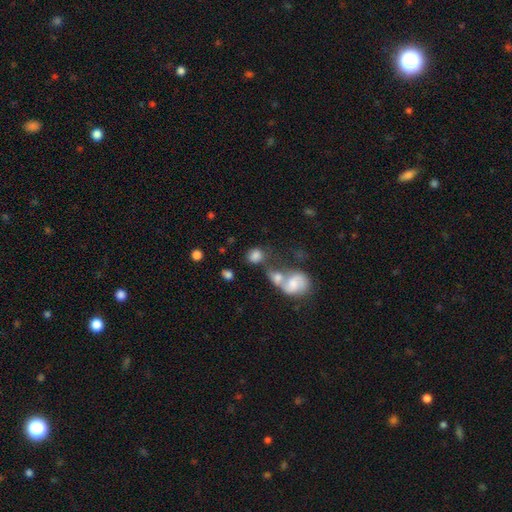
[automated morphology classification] Smooth or featured? smooth (76%)
How rounded? round (58%)
Merging? none (39%)